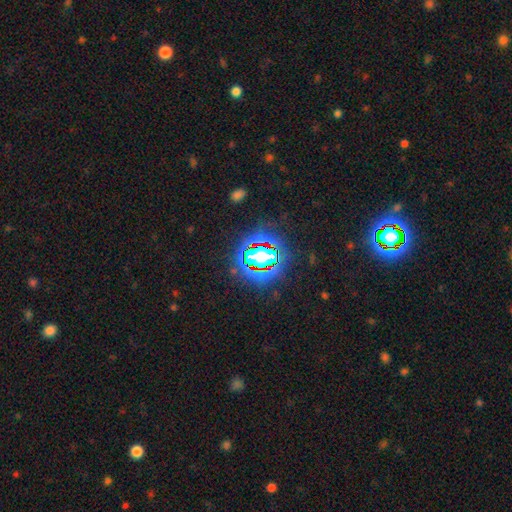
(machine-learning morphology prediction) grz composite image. It shows a star or artifact, not a galaxy (79%).